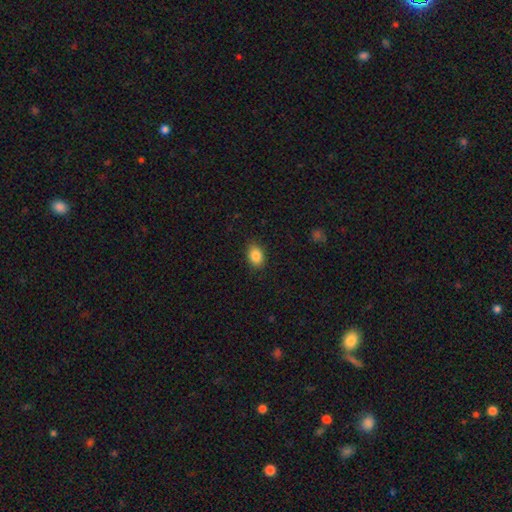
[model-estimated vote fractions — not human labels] A smooth galaxy with no disk features (86%) that is in between round and cigar-shaped (75%).

Vote fractions:
- Smooth or featured? smooth: 86% / star or artifact: 9% / featured or disk: 5%
- How rounded? in between: 75% / round: 24% / cigar-shaped: 1%
- Merging? none: 87% / minor disturbance: 10% / major disturbance: 2% / merger: 1%